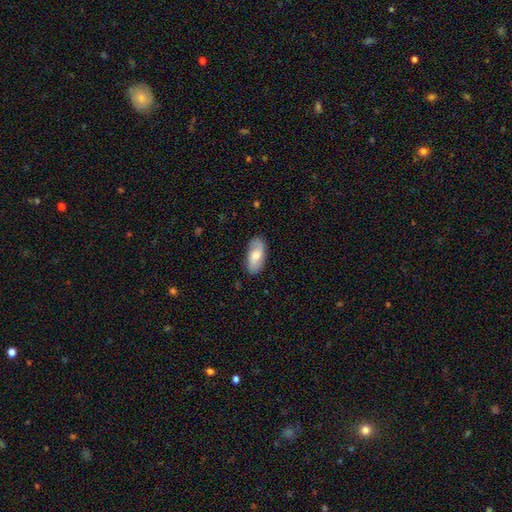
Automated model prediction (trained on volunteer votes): smooth-or-featured: smooth: 58% | featured or disk: 36% | star or artifact: 6%
  how-rounded: in between: 91% | cigar-shaped: 6% | round: 3%
  merging: none: 79% | minor disturbance: 16% | major disturbance: 4% | merger: 1%